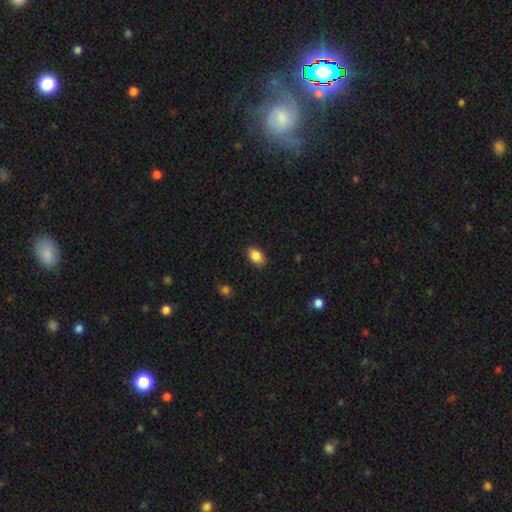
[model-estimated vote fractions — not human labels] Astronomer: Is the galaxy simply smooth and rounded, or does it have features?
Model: smooth — 87%.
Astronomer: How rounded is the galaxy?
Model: in between — 87%.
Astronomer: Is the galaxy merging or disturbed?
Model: none — 88%.